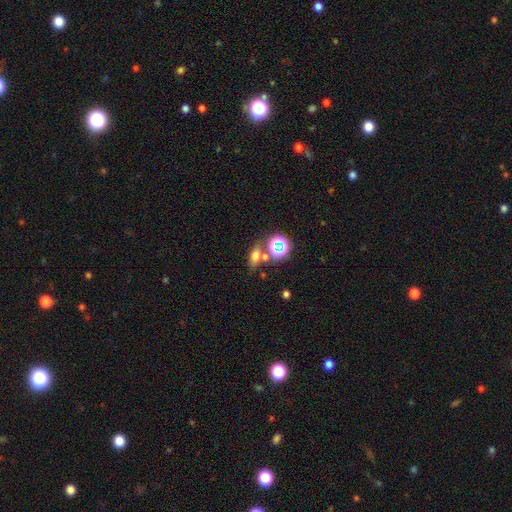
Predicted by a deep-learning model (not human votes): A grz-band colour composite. It shows a smooth galaxy with no disk features (60%) that is in between round and cigar-shaped (66%). Merging: none (61%).